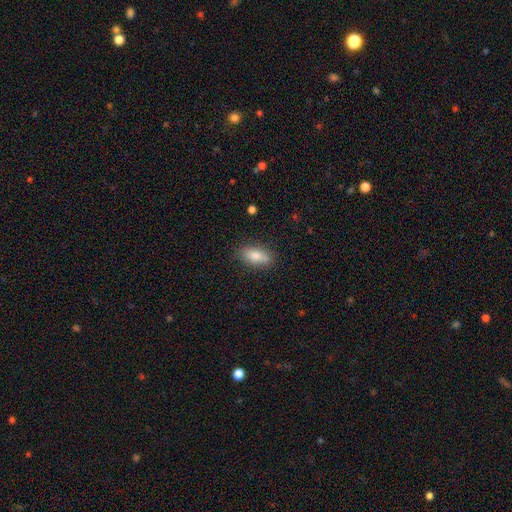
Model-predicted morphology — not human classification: Smooth or featured: smooth — 81% (featured or disk — 12%)
How rounded: in between — 83% (cigar-shaped — 13%)
Merging: none — 76% (minor disturbance — 17%)